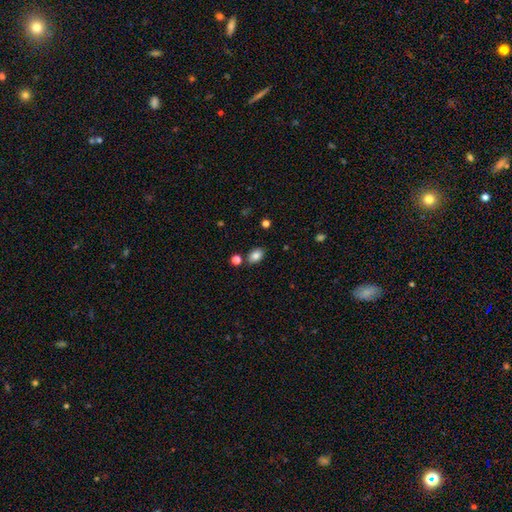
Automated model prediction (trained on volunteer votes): A smooth galaxy with no disk features (83%) that is in between round and cigar-shaped (80%). Merging: none (80%).